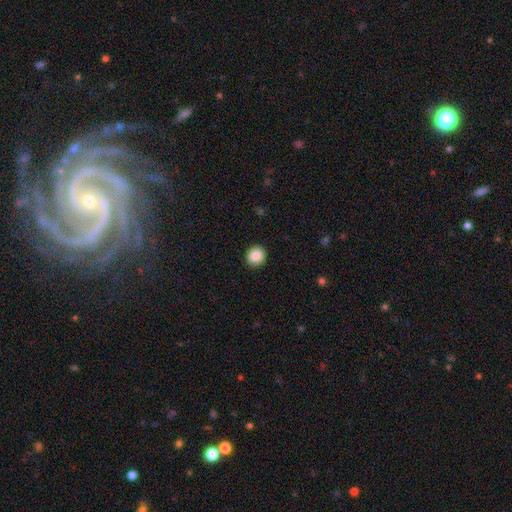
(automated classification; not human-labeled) This is clearly a smooth galaxy (88%). How rounded: clearly round (83%). Merging: clearly none (91%).